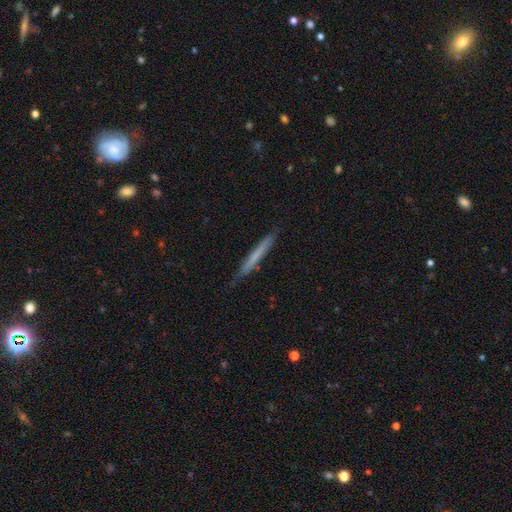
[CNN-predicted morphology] type=smooth (58%); roundness=cigar-shaped (97%); merging=none (84%).